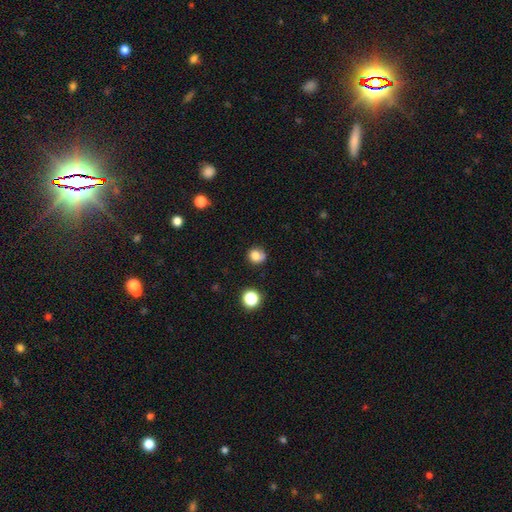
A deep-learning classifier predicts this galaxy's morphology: smooth-or-featured: smooth: 77% | star or artifact: 12% | featured or disk: 11%
  how-rounded: round: 79% | in between: 20% | cigar-shaped: 1%
  merging: none: 63% | minor disturbance: 22% | major disturbance: 8% | merger: 6%